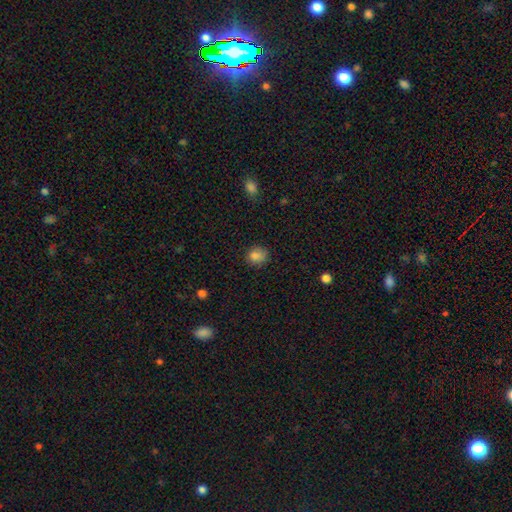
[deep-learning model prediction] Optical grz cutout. It shows a smooth galaxy with no disk features (83%) that is round (73%). Merging: none (78%).